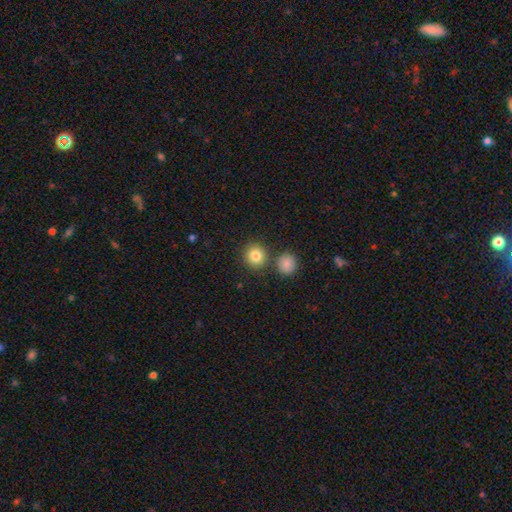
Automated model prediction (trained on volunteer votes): This is clearly a smooth galaxy (83%). How rounded: clearly round (87%). Merging: likely none (79%).